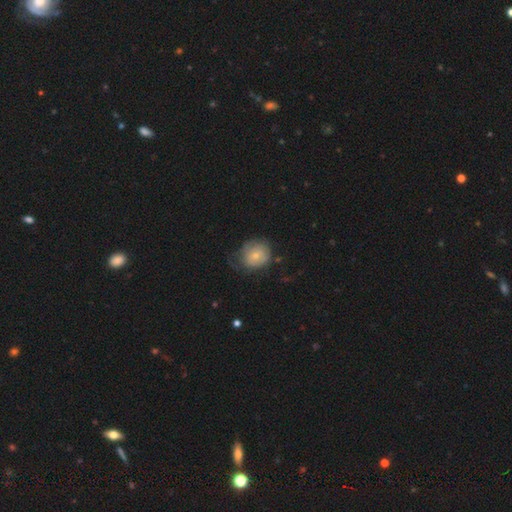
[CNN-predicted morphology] type=smooth (65%); roundness=round (72%); merging=none (49%).